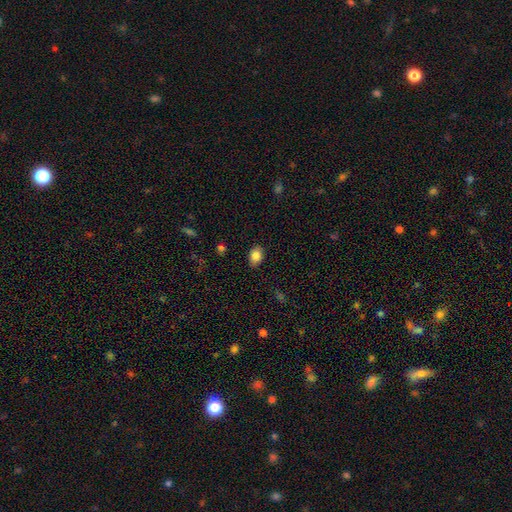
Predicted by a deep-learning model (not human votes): Smooth or featured?
  - smooth: 85% *
  - star or artifact: 8%
  - featured or disk: 6%
How rounded?
  - in between: 82% *
  - round: 17%
  - cigar-shaped: 1%
Merging?
  - none: 86% *
  - minor disturbance: 11%
  - major disturbance: 3%
  - merger: 1%